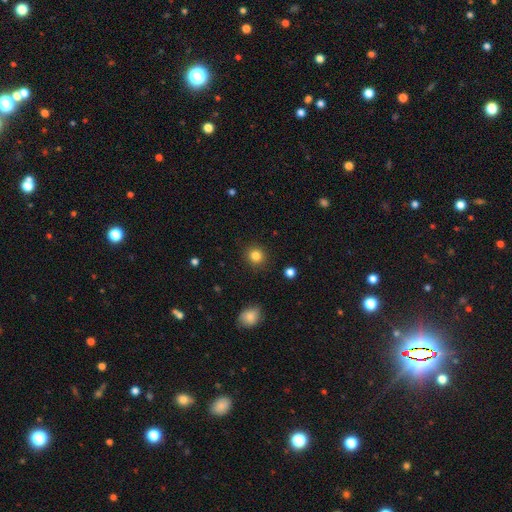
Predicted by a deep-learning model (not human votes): This appears to be a smooth galaxy with no disk features (84%) that is round (89%). Merging: none (90%).